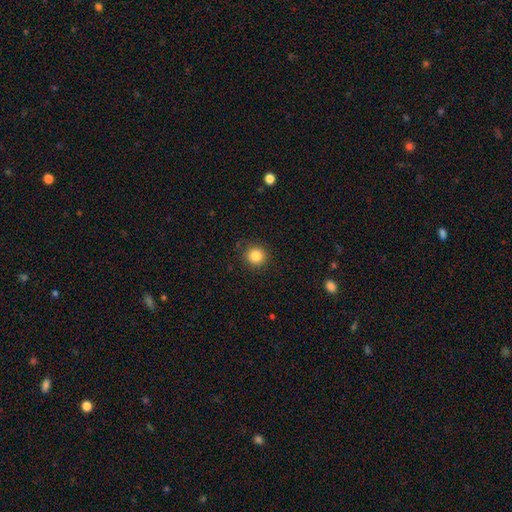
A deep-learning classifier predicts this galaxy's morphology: Q: Smooth or featured?
A: smooth (85%); runner-up: star or artifact (11%)
Q: How rounded?
A: round (94%); runner-up: in between (5%)
Q: Merging?
A: none (89%); runner-up: minor disturbance (7%)